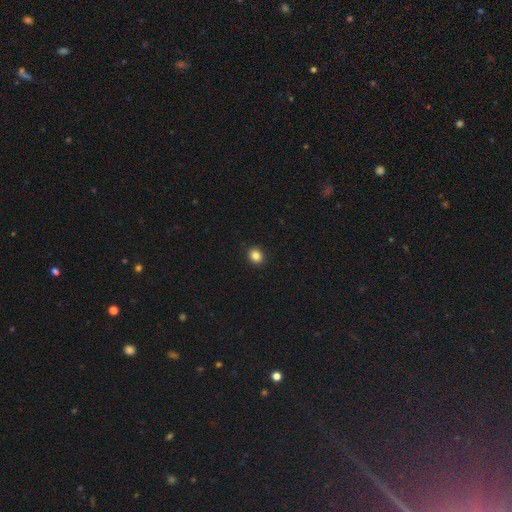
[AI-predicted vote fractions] Smooth or featured: smooth — 85% (star or artifact — 11%)
How rounded: round — 74% (in between — 25%)
Merging: none — 92% (minor disturbance — 5%)